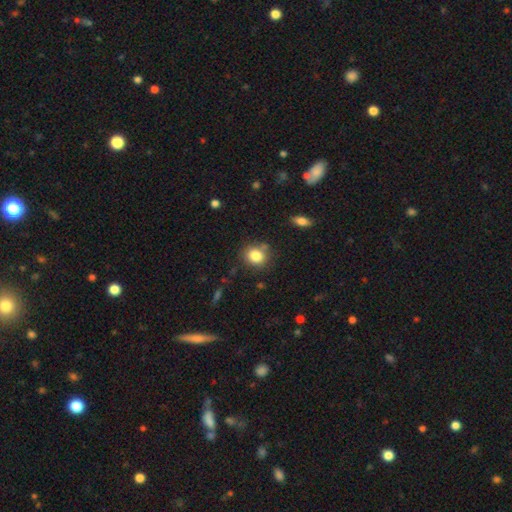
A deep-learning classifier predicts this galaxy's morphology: type=smooth (82%); roundness=round (73%); merging=none (78%).